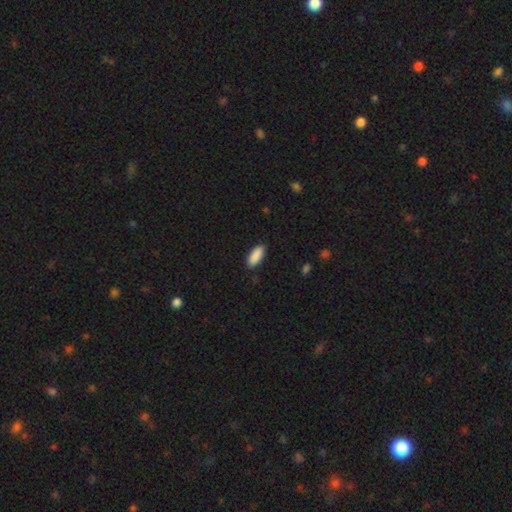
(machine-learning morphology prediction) smooth_or_featured: smooth (p=0.90) [alt: star or artifact p=0.06]
how_rounded: in between (p=0.81) [alt: cigar-shaped p=0.18]
merging: none (p=0.87) [alt: minor disturbance p=0.10]